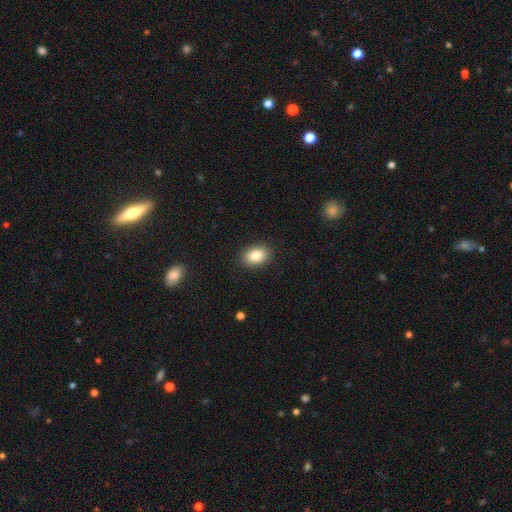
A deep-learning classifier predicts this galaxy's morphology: type=smooth (84%); roundness=in between (79%); merging=none (89%).